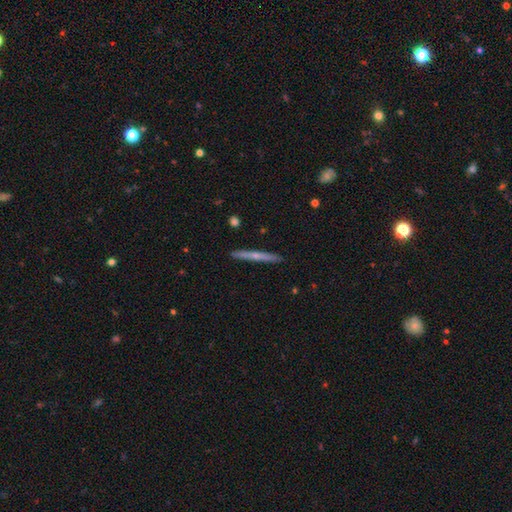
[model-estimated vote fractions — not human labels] smooth_or_featured: featured or disk (p=0.53) [alt: smooth p=0.41]
disk_edge_on: yes (p=0.97) [alt: no p=0.03]
edge_on_bulge: rounded (p=0.55) [alt: none p=0.42]
merging: none (p=0.92) [alt: minor disturbance p=0.06]